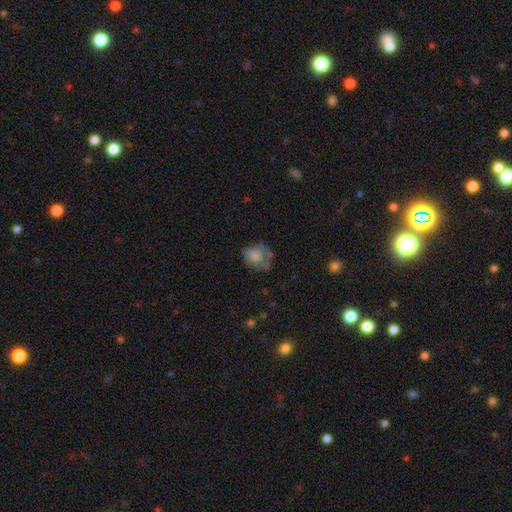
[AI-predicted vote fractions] A smooth galaxy with no disk features (69%) that is round (64%).

Vote fractions:
- Smooth or featured? smooth: 69% / featured or disk: 22% / star or artifact: 9%
- How rounded? round: 64% / in between: 35% / cigar-shaped: 1%
- Merging? none: 52% / minor disturbance: 28% / major disturbance: 17% / merger: 2%